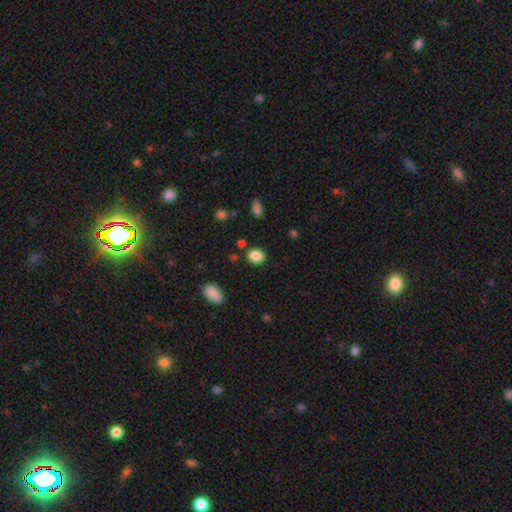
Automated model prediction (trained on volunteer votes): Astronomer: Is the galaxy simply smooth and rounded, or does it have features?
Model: smooth — 86%.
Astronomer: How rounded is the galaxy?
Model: in between — 58% (runner-up: round, 41%).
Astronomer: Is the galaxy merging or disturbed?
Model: none — 83%.